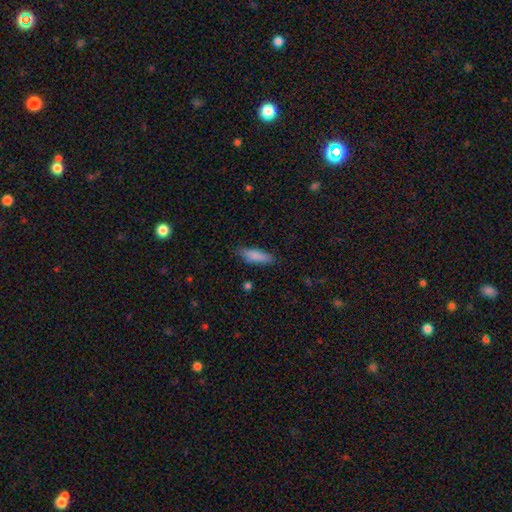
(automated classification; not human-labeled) This is clearly a smooth galaxy (84%). How rounded: possibly in between (50%). Merging: likely none (79%).